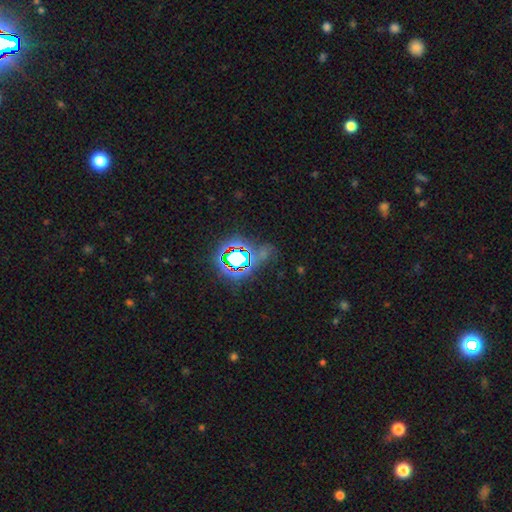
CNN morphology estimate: This is likely a star or artifact rather than a galaxy (77%).